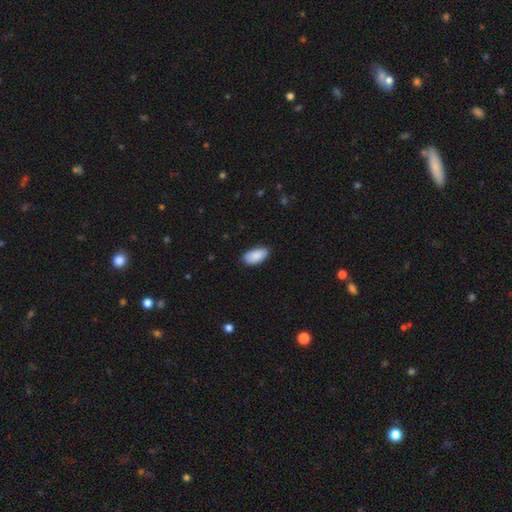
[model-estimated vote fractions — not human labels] A smooth galaxy with no disk features (90%) that is in between round and cigar-shaped (93%). Merging: none (82%).